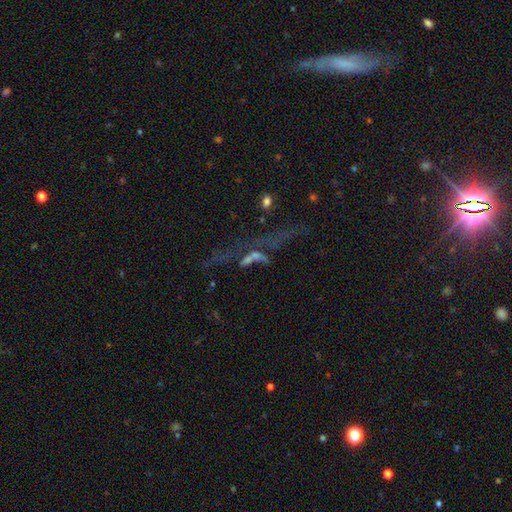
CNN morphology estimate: A featured or disk galaxy (37%). Merging: merger (33%).